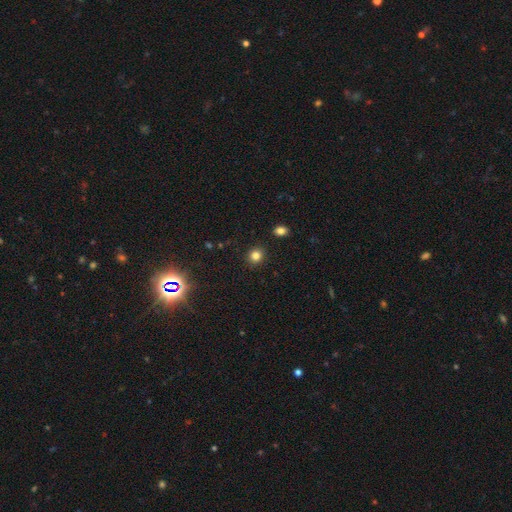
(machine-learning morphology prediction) Q: Smooth or featured?
A: smooth (81%); runner-up: star or artifact (13%)
Q: How rounded?
A: round (84%); runner-up: in between (15%)
Q: Merging?
A: none (90%); runner-up: minor disturbance (6%)